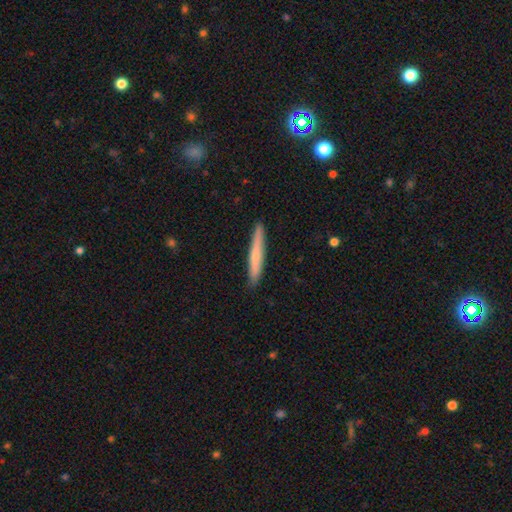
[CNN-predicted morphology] Smooth or featured? Predicted: smooth (p=0.65). How rounded? Predicted: cigar-shaped (p=0.95). Merging? Predicted: none (p=0.90).